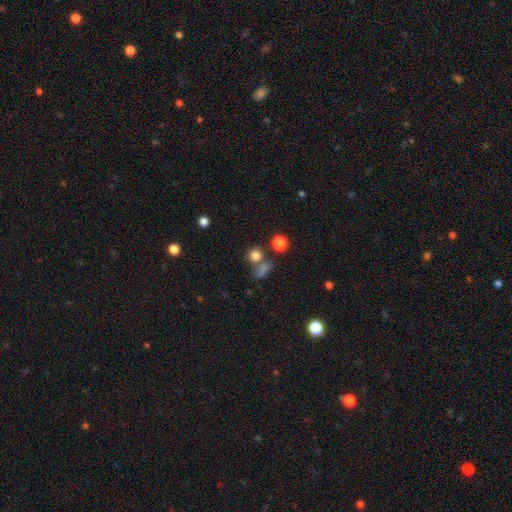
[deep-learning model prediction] This is likely a smooth galaxy (77%). How rounded: clearly round (86%). Merging: likely none (61%).